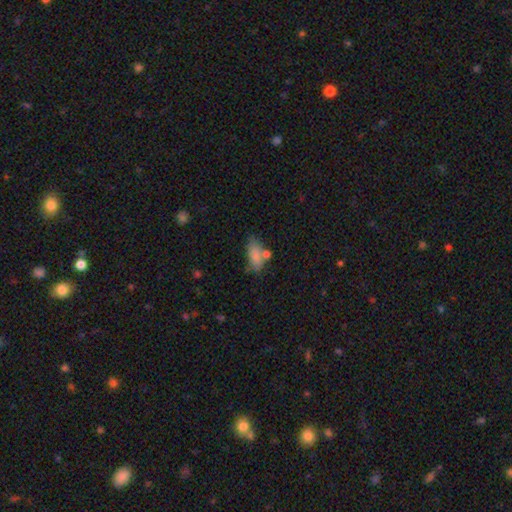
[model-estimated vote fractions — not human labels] The model was most divided on "merging": none: 49%, minor disturbance: 24%, merger: 17%, major disturbance: 10%. More confident: how rounded — in between (81%); smooth or featured — smooth (79%).